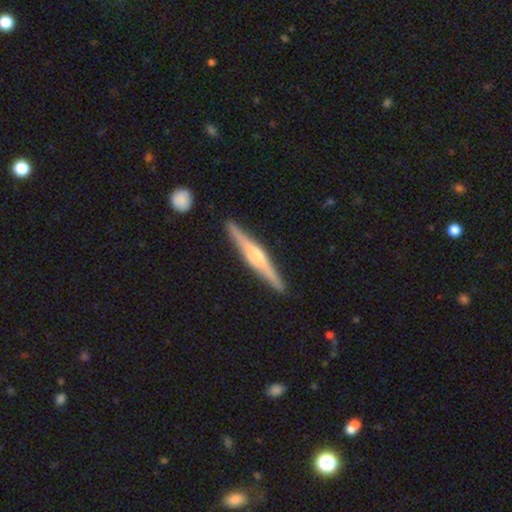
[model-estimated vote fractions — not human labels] Q: Smooth or featured?
A: featured or disk (75%); runner-up: smooth (20%)
Q: Edge-on disk?
A: yes (98%); runner-up: no (2%)
Q: Edge-on bulge?
A: rounded (70%); runner-up: boxy (22%)
Q: Merging?
A: none (90%); runner-up: minor disturbance (7%)